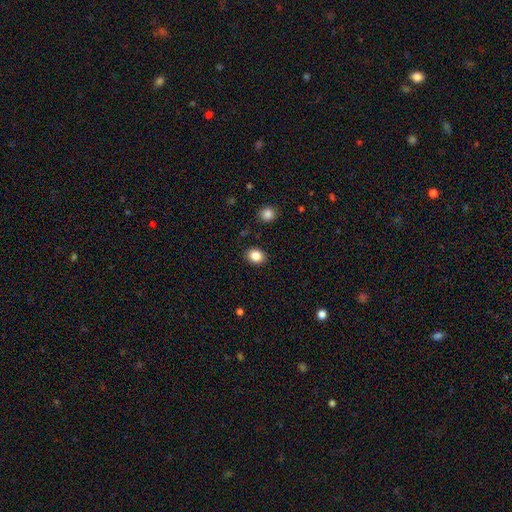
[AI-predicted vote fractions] Smooth or featured? smooth (86%)
How rounded? round (55%)
Merging? none (89%)